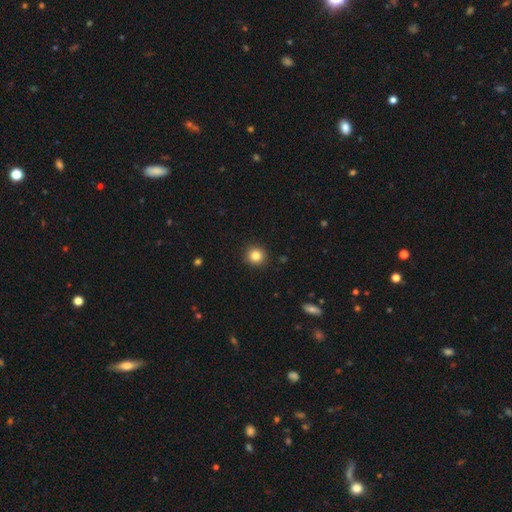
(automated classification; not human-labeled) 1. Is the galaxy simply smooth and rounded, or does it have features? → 84% smooth, 11% star or artifact, 5% featured or disk.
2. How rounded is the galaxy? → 93% round, 6% in between, 1% cigar-shaped.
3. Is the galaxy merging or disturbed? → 92% none, 5% minor disturbance, 2% major disturbance, 1% merger.